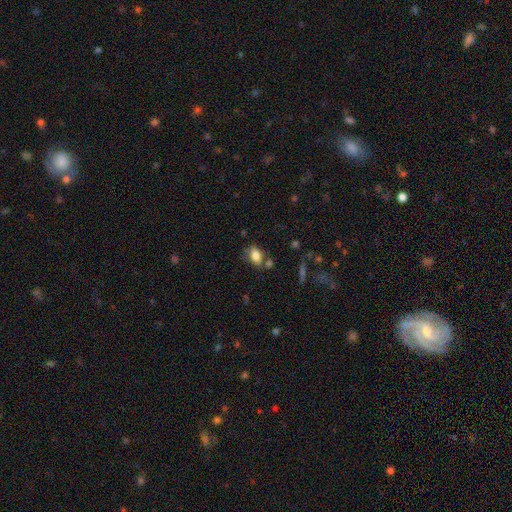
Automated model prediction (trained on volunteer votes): Smooth or featured? smooth (79%)
How rounded? in between (87%)
Merging? none (64%)